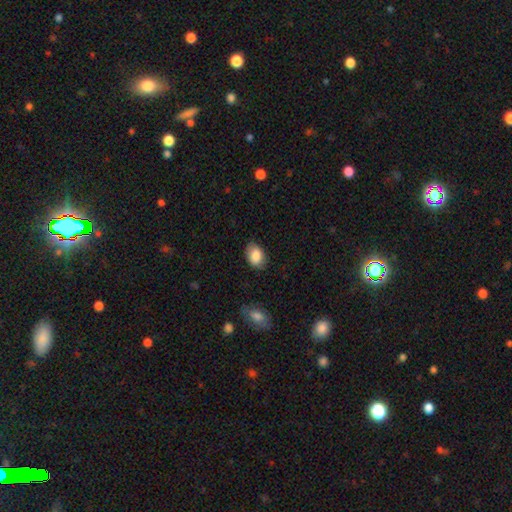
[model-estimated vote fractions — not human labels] Overall: smooth (85%). How rounded: in between (82%). Merging: none (81%).